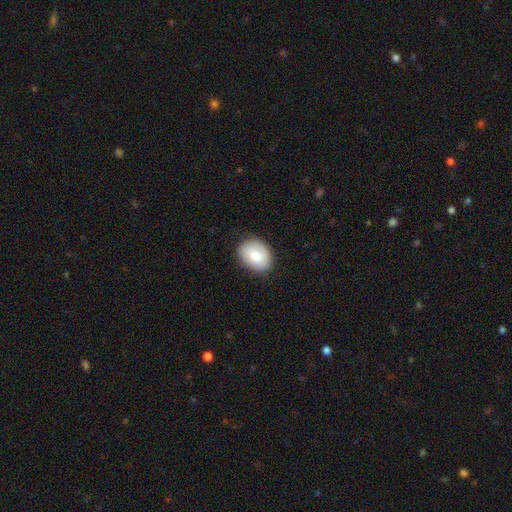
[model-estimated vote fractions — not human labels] Q: Smooth or featured?
A: smooth (76%); runner-up: featured or disk (17%)
Q: How rounded?
A: in between (65%); runner-up: round (34%)
Q: Merging?
A: none (83%); runner-up: minor disturbance (13%)